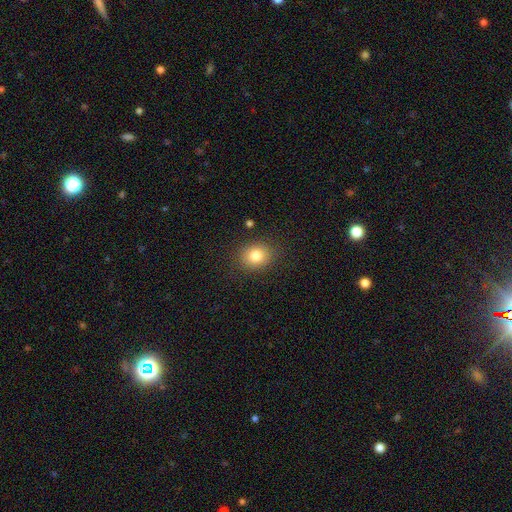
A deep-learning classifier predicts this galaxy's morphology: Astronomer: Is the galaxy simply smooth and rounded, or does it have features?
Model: smooth — 82%.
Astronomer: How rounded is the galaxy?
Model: round — 61% (runner-up: in between, 38%).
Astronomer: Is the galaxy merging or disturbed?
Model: none — 86%.